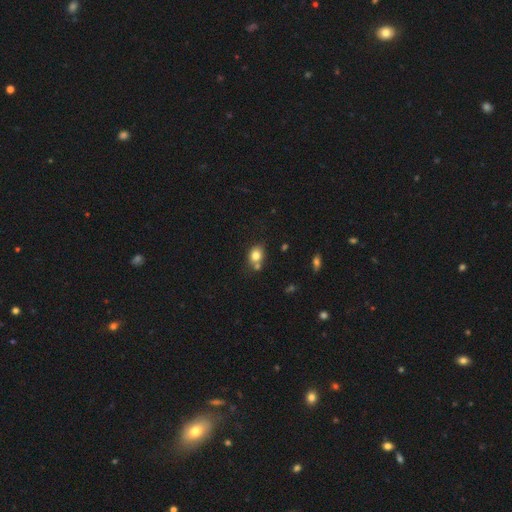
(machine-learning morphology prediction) Smooth or featured? smooth (78%)
How rounded? round (54%)
Merging? none (57%)